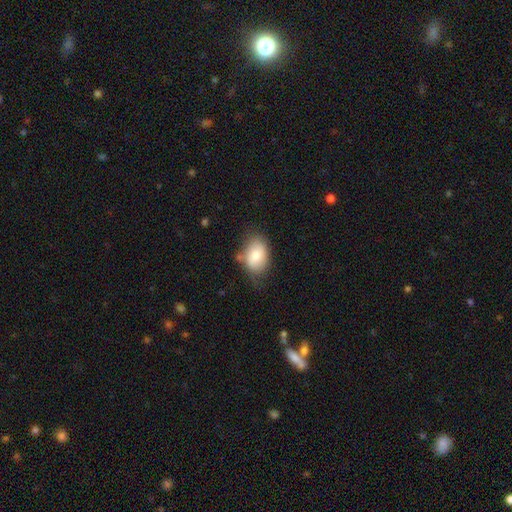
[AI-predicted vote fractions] A smooth galaxy with no disk features (78%) that is in between round and cigar-shaped (84%).

Vote fractions:
- Smooth or featured? smooth: 78% / featured or disk: 15% / star or artifact: 7%
- How rounded? in between: 84% / round: 15% / cigar-shaped: 1%
- Merging? none: 61% / minor disturbance: 27% / major disturbance: 7% / merger: 5%